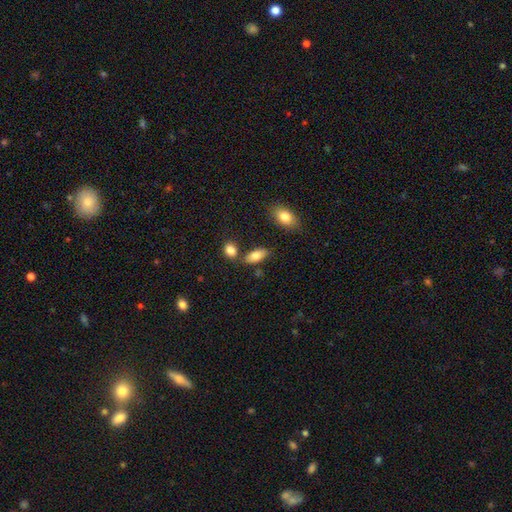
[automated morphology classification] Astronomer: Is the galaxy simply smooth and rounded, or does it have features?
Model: smooth — 80%.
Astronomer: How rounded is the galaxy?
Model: in between — 86%.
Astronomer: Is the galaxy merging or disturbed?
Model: none — 71%.